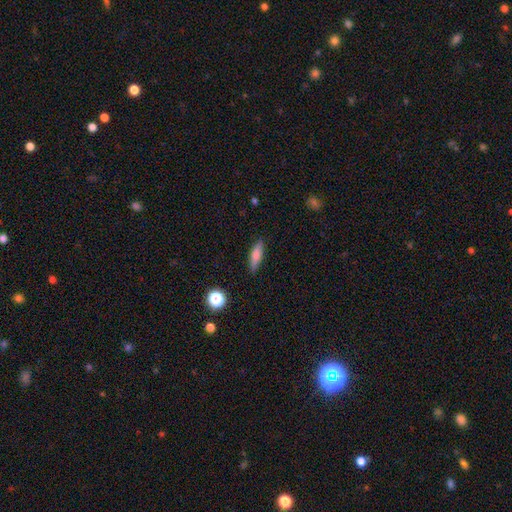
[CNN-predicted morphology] This is likely a smooth galaxy (73%). How rounded: likely cigar-shaped (61%). Merging: clearly none (84%).